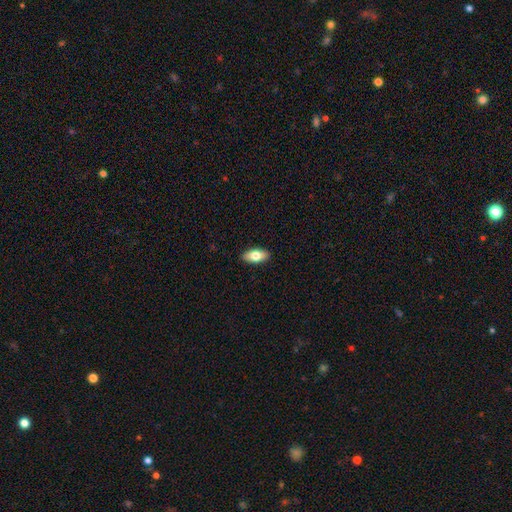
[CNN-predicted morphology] smooth_or_featured: smooth (p=0.76) [alt: featured or disk p=0.18]
how_rounded: in between (p=0.89) [alt: cigar-shaped p=0.08]
merging: none (p=0.90) [alt: minor disturbance p=0.08]